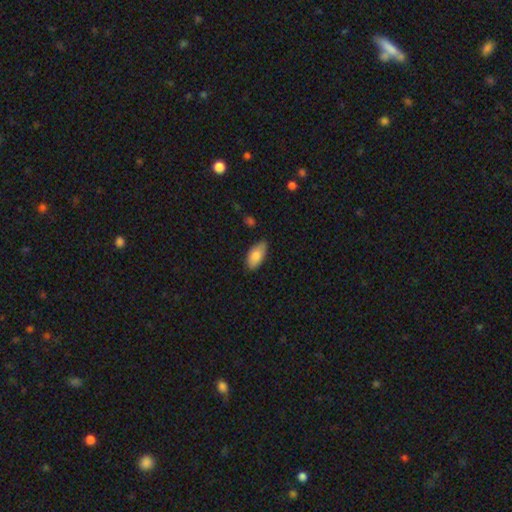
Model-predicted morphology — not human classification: This appears to be a smooth galaxy with no disk features (81%) that is in between round and cigar-shaped (92%). Merging: none (75%).